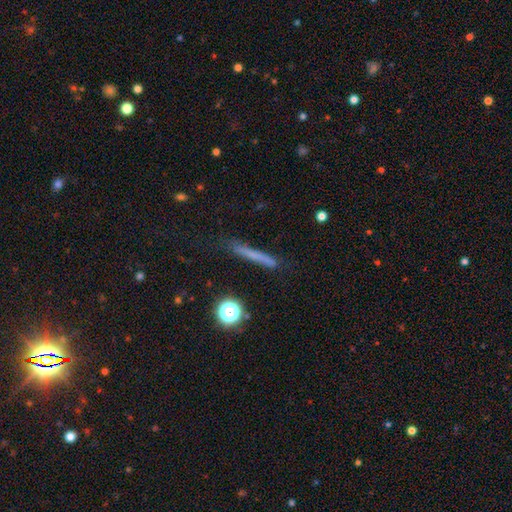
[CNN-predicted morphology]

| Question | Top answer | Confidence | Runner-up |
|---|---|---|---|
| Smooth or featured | smooth | 61% | featured or disk (26%) |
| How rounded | cigar-shaped | 92% | round (4%) |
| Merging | none | 81% | minor disturbance (13%) |